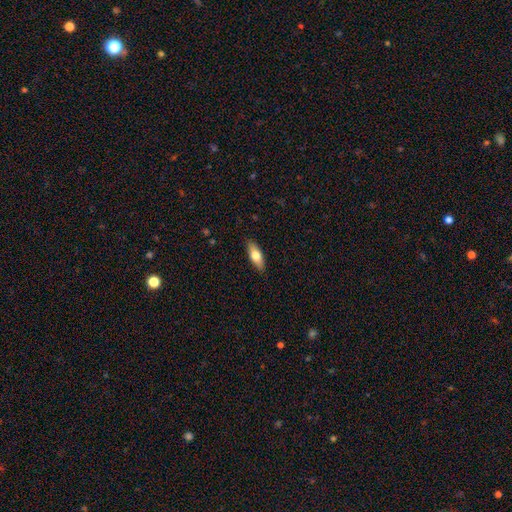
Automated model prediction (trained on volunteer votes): Q: Smooth or featured?
A: smooth (69%); runner-up: featured or disk (25%)
Q: How rounded?
A: in between (70%); runner-up: cigar-shaped (27%)
Q: Merging?
A: none (88%); runner-up: minor disturbance (9%)